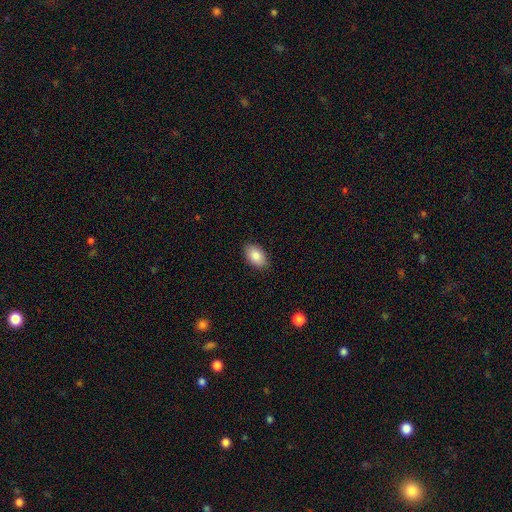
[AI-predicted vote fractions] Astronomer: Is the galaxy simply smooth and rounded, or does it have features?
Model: smooth — 86%.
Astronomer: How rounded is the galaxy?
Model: in between — 92%.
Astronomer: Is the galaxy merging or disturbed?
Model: none — 88%.